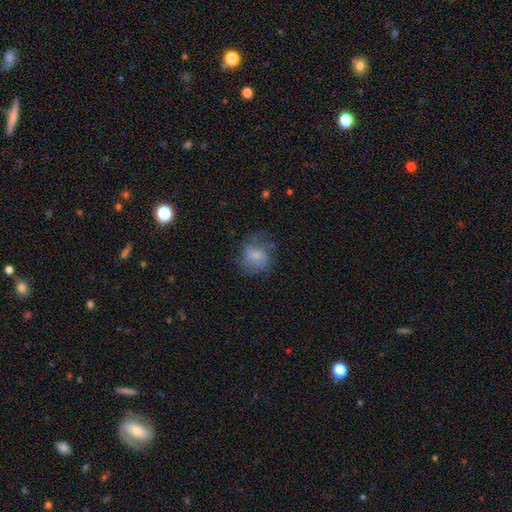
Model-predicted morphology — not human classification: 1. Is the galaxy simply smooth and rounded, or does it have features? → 53% smooth, 38% featured or disk, 9% star or artifact.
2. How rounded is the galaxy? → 78% round, 21% in between, 1% cigar-shaped.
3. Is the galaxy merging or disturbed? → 57% none, 24% minor disturbance, 18% major disturbance, 1% merger.